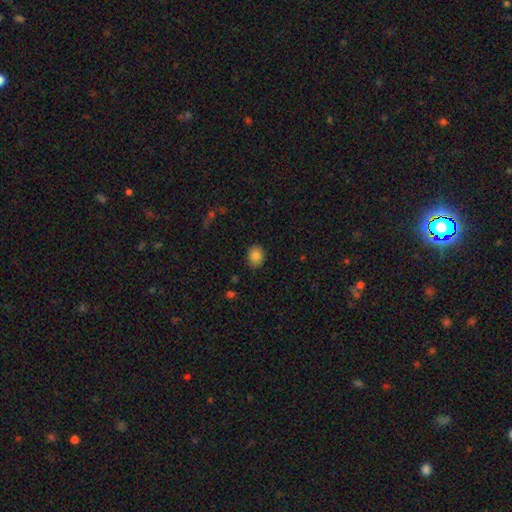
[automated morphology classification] Overall: smooth (85%). How rounded: round (64%; in between 35%). Merging: none (84%).